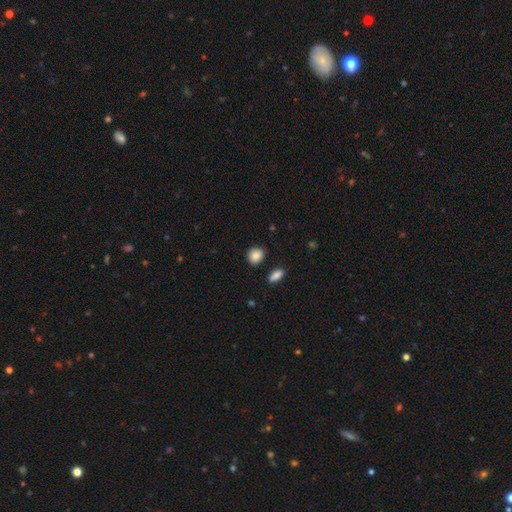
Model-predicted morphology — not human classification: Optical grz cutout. It shows a smooth galaxy with no disk features (87%) that is round (75%). Merging: none (85%).